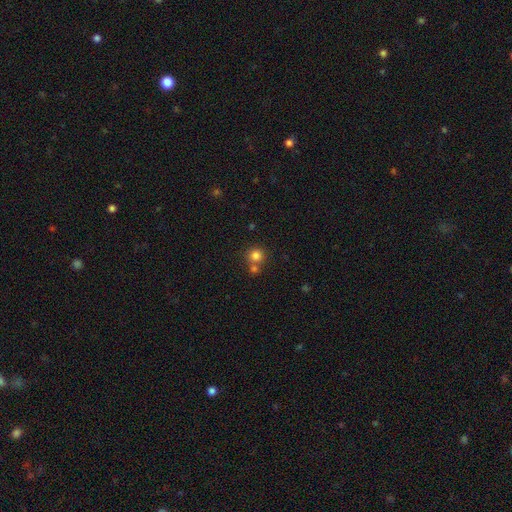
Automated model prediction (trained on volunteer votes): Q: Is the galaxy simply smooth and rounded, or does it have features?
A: smooth — 81%.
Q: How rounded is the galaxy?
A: round — 91%.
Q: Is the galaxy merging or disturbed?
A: none — 60%.